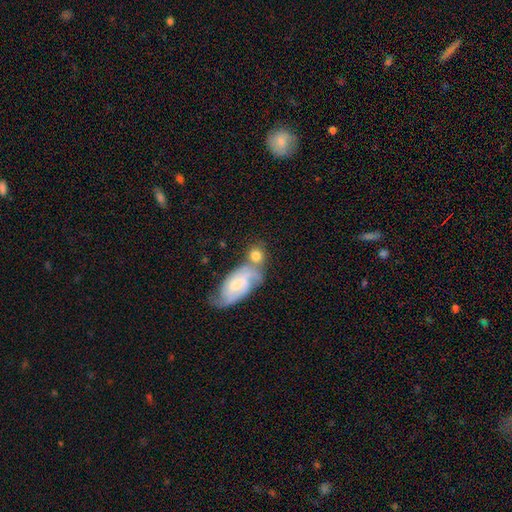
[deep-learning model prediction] The model was most divided on "merging": none: 47%, merger: 33%, minor disturbance: 13%, major disturbance: 6%. More confident: smooth or featured — smooth (69%); how rounded — round (68%).